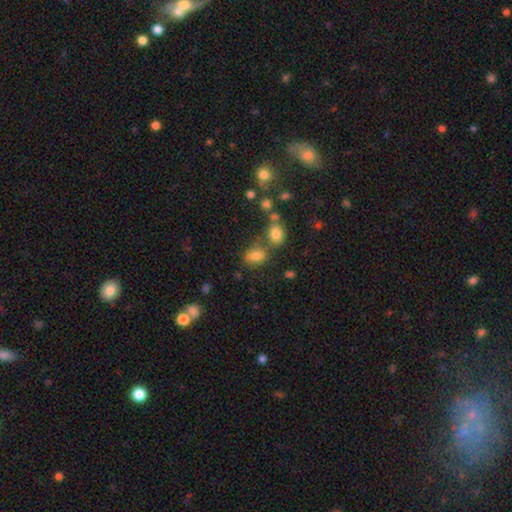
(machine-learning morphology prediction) This is likely a smooth galaxy (76%). How rounded: likely in between (77%). Merging: possibly none (55%).